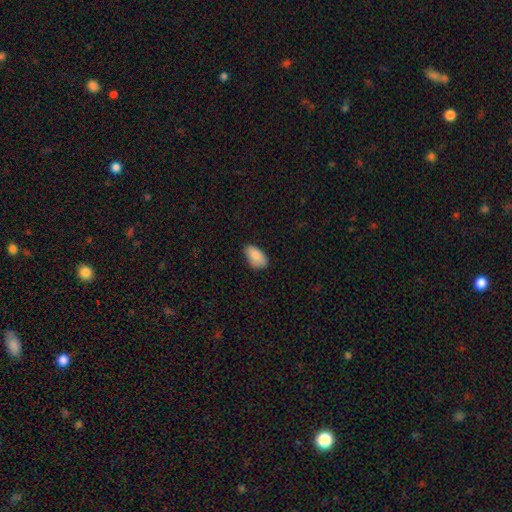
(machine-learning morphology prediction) A smooth galaxy with no disk features (88%) that is in between round and cigar-shaped (94%).

Vote fractions:
- Smooth or featured? smooth: 88% / star or artifact: 7% / featured or disk: 5%
- How rounded? in between: 94% / round: 4% / cigar-shaped: 2%
- Merging? none: 72% / minor disturbance: 23% / major disturbance: 4% / merger: 1%